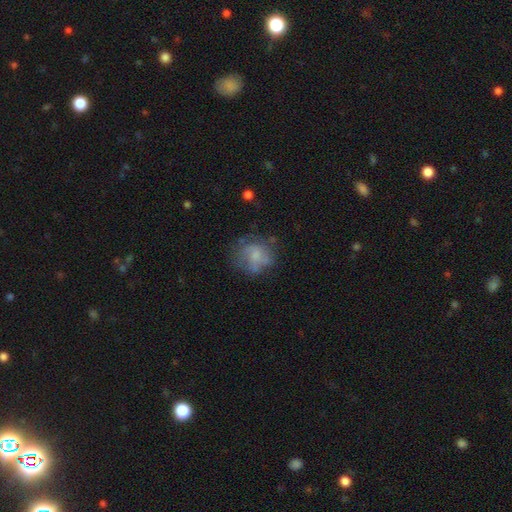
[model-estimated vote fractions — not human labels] A smooth galaxy with no disk features (51%) that is round (72%).

Vote fractions:
- Smooth or featured? smooth: 51% / featured or disk: 38% / star or artifact: 10%
- How rounded? round: 72% / in between: 27% / cigar-shaped: 1%
- Merging? none: 54% / minor disturbance: 24% / major disturbance: 18% / merger: 4%